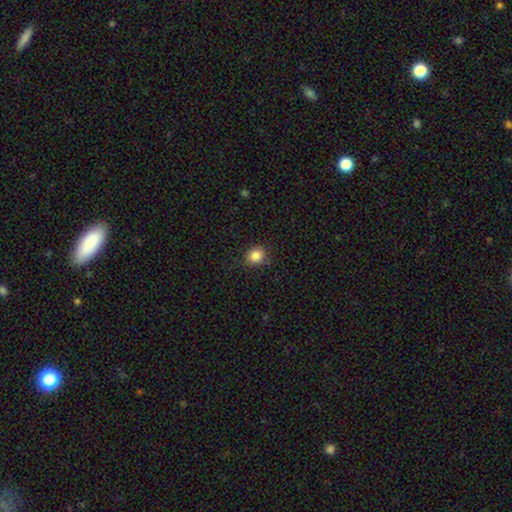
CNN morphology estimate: Smooth or featured: smooth — 85% (star or artifact — 11%)
How rounded: round — 79% (in between — 20%)
Merging: none — 84% (minor disturbance — 12%)